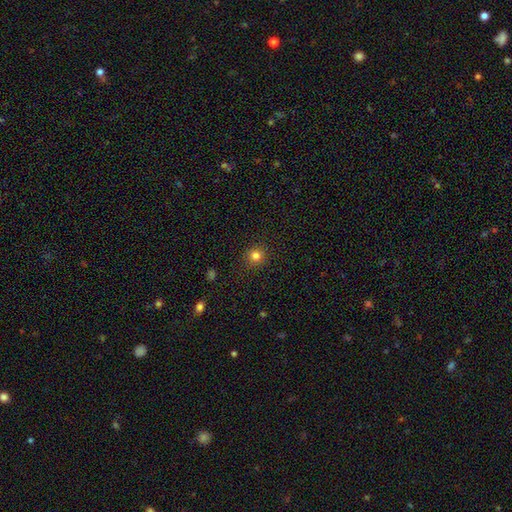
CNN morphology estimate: A smooth galaxy with no disk features (82%) that is round (92%). Merging: none (91%).